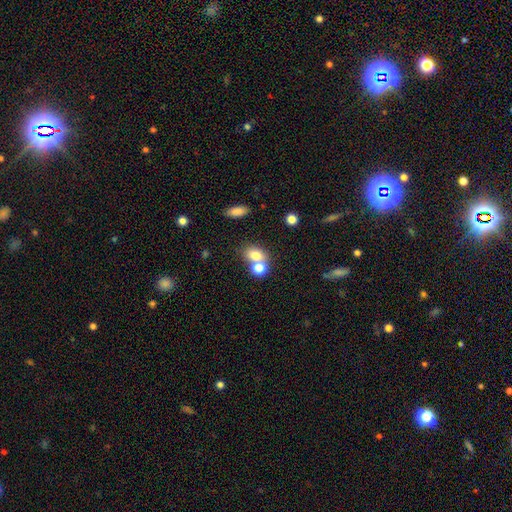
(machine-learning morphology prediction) smooth_or_featured: smooth (p=0.75) [alt: featured or disk p=0.14]
how_rounded: in between (p=0.54) [alt: round p=0.44]
merging: merger (p=0.55) [alt: none p=0.34]